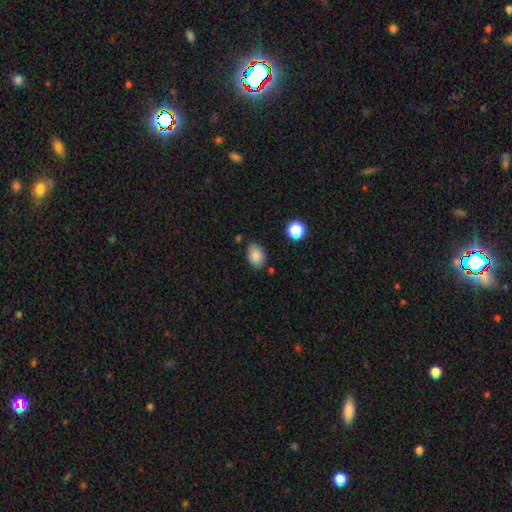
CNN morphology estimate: Overall: smooth (85%). How rounded: in between (83%). Merging: none (76%).